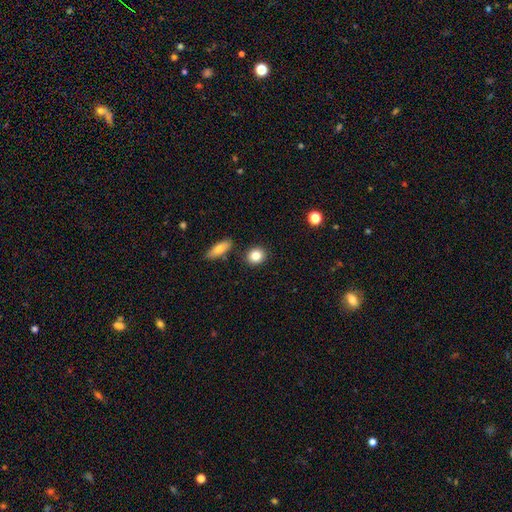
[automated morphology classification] smooth_or_featured: smooth (p=0.85) [alt: star or artifact p=0.08]
how_rounded: round (p=0.72) [alt: in between p=0.26]
merging: none (p=0.86) [alt: minor disturbance p=0.07]